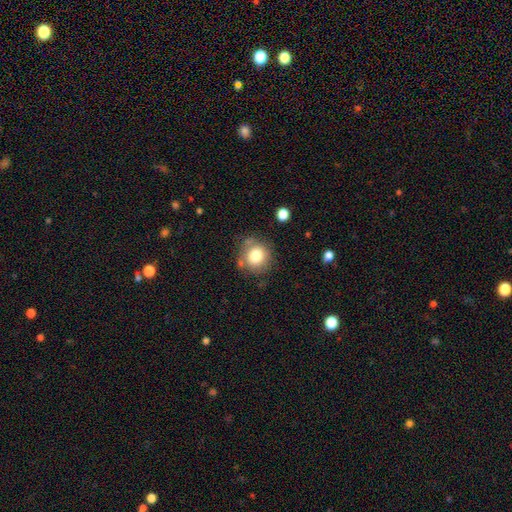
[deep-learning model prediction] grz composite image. It shows a smooth galaxy with no disk features (78%) that is round (86%). Merging: none (71%).